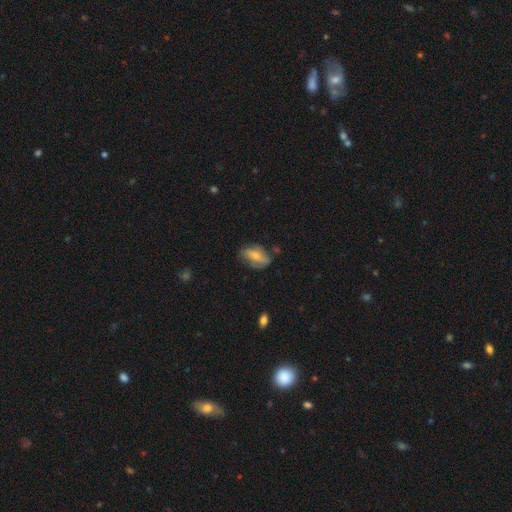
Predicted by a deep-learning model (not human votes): smooth-or-featured: smooth: 47% | featured or disk: 45% | star or artifact: 8%
  merging: none: 57% | minor disturbance: 30% | major disturbance: 10% | merger: 3%